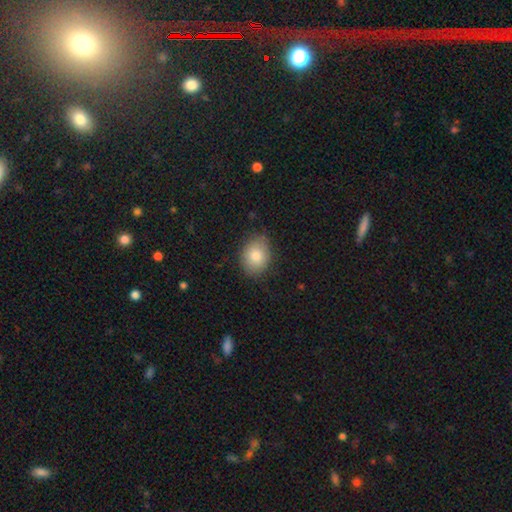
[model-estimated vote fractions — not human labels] Smooth or featured: smooth — 82% (featured or disk — 10%)
How rounded: in between — 55% (round — 44%)
Merging: none — 81% (minor disturbance — 15%)